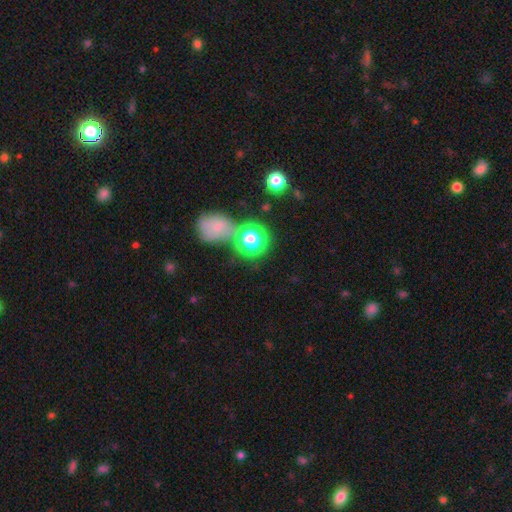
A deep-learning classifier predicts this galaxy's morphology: smooth_or_featured: star or artifact (p=0.52) [alt: smooth p=0.36]